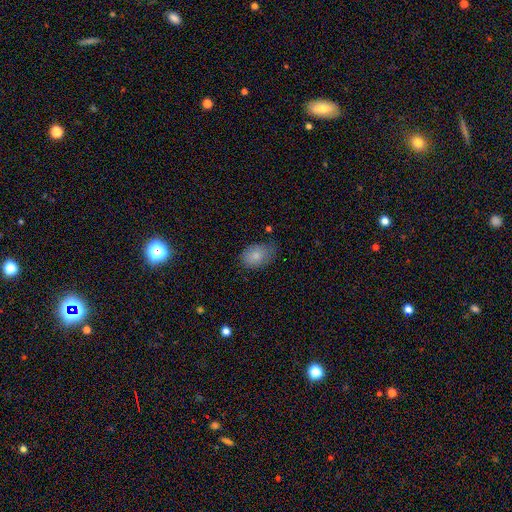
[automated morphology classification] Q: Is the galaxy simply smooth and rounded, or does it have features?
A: smooth — 82%.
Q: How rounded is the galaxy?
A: in between — 84%.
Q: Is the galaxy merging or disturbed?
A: none — 68%.